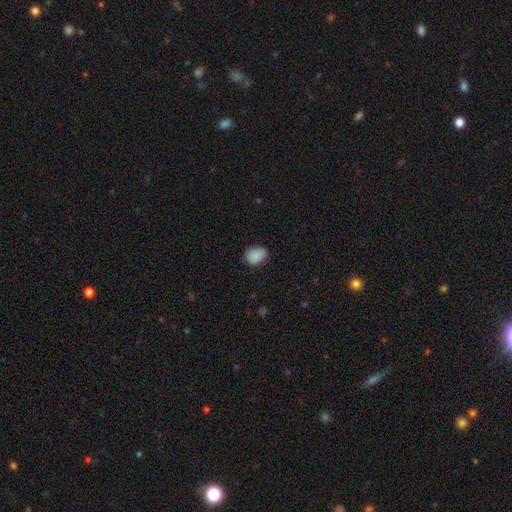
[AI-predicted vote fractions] Smooth or featured?
  - smooth: 88% *
  - star or artifact: 8%
  - featured or disk: 4%
How rounded?
  - in between: 68% *
  - round: 31%
  - cigar-shaped: 1%
Merging?
  - none: 79% *
  - minor disturbance: 17%
  - major disturbance: 3%
  - merger: 1%